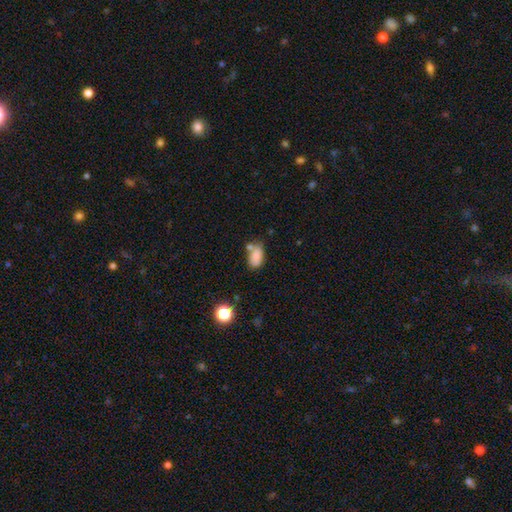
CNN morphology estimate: Overall: smooth (82%). How rounded: in between (90%). Merging: none (53%; merger 21%).